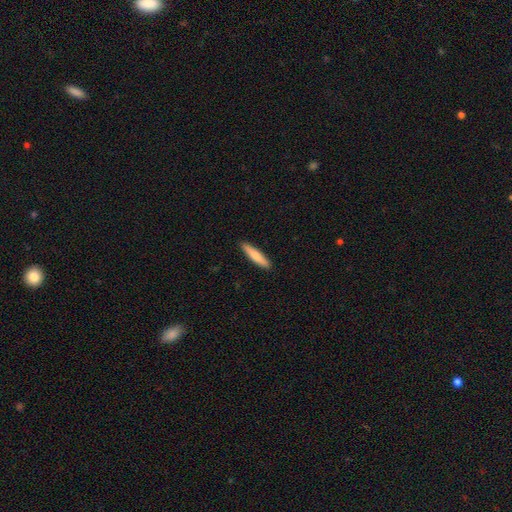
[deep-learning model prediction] The model was most divided on "smooth or featured": smooth: 70%, featured or disk: 25%, star or artifact: 5%. More confident: merging — none (91%); how rounded — cigar-shaped (85%).